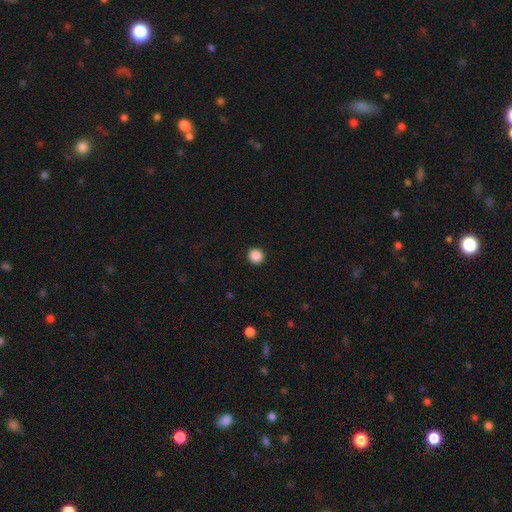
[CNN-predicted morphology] smooth-or-featured: smooth: 88% | star or artifact: 10% | featured or disk: 2%
  how-rounded: round: 95% | in between: 4% | cigar-shaped: 1%
  merging: none: 93% | minor disturbance: 4% | major disturbance: 2% | merger: 1%